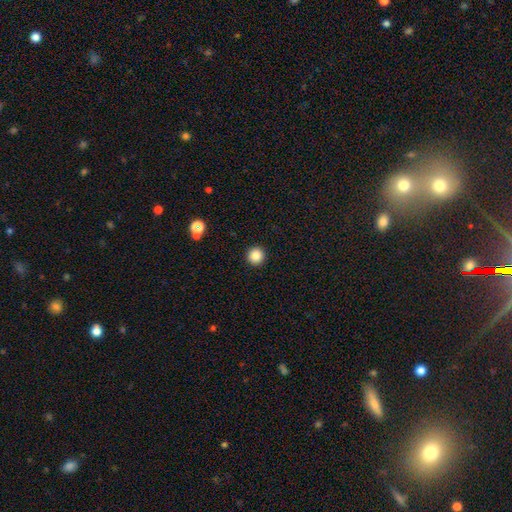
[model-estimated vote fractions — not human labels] The model was most divided on "smooth or featured": smooth: 86%, star or artifact: 10%, featured or disk: 4%. More confident: how rounded — round (96%); merging — none (93%).